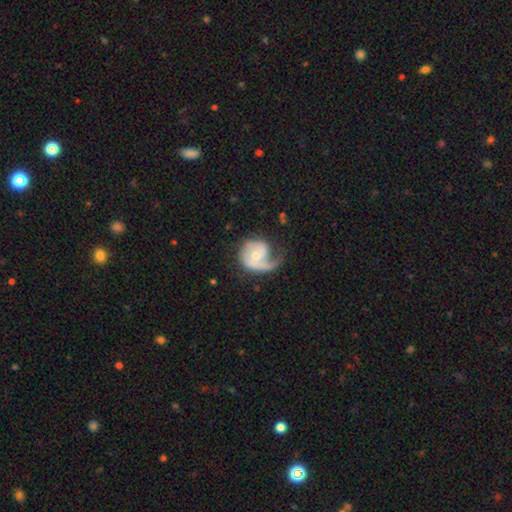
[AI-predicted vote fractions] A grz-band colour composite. It shows a featured or disk galaxy (73%) with no bar (67%), 1 (71%) medium (37%) spiral arms (89%) and a small central bulge (50%). Merging: none (38%).